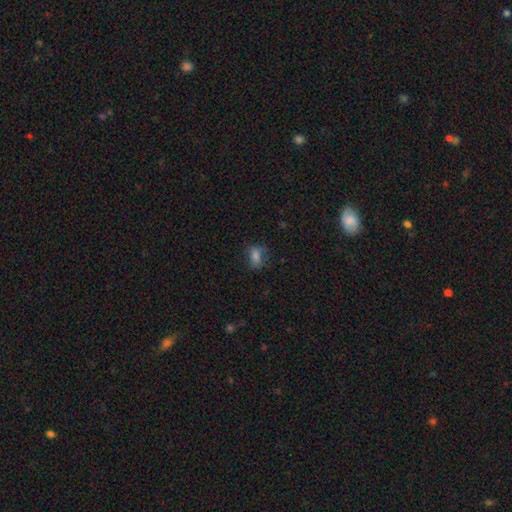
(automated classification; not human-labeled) smooth-or-featured: smooth: 75% | star or artifact: 14% | featured or disk: 11%
  how-rounded: in between: 74% | round: 23% | cigar-shaped: 3%
  merging: none: 63% | minor disturbance: 24% | major disturbance: 12% | merger: 2%